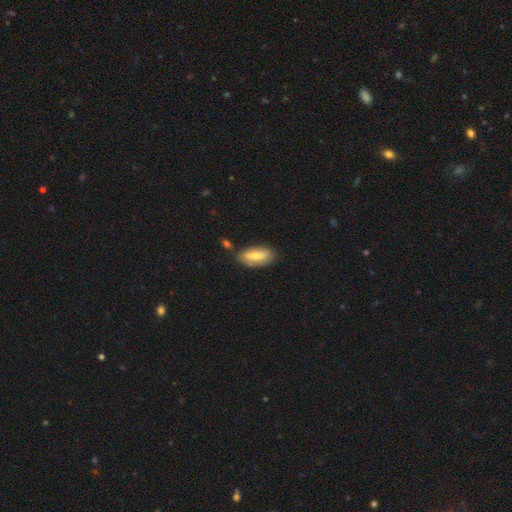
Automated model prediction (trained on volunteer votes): smooth_or_featured: smooth (p=0.62) [alt: featured or disk p=0.32]
how_rounded: in between (p=0.81) [alt: cigar-shaped p=0.16]
merging: none (p=0.77) [alt: minor disturbance p=0.16]